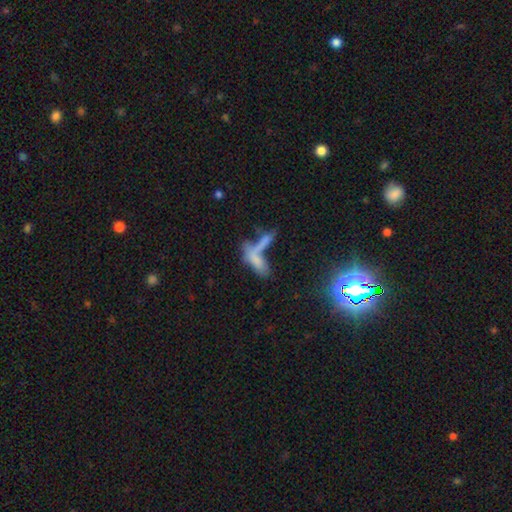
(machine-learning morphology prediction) smooth_or_featured: smooth (p=0.63) [alt: featured or disk p=0.22]
how_rounded: cigar-shaped (p=0.55) [alt: in between p=0.41]
merging: merger (p=0.55) [alt: none p=0.28]